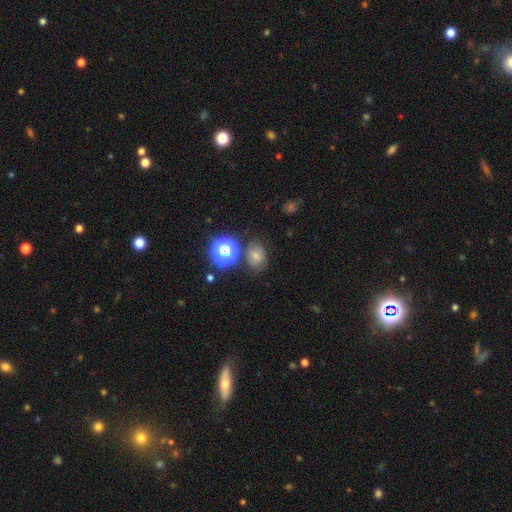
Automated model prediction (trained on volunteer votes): A smooth galaxy with no disk features (67%) that is in between round and cigar-shaped (55%). Merging: none (71%).